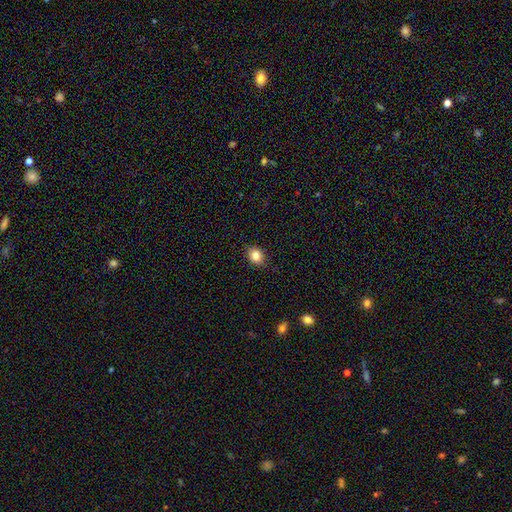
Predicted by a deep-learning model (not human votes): Overall: smooth (83%). How rounded: in between (50%; round 49%). Merging: none (87%).